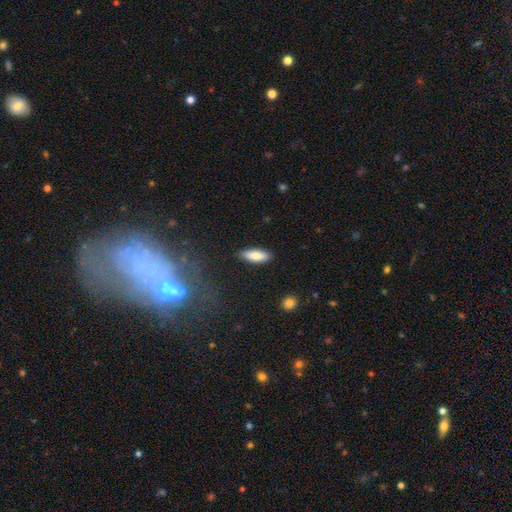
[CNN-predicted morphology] Q: Smooth or featured?
A: smooth (82%); runner-up: featured or disk (12%)
Q: How rounded?
A: in between (65%); runner-up: cigar-shaped (33%)
Q: Merging?
A: none (87%); runner-up: minor disturbance (9%)